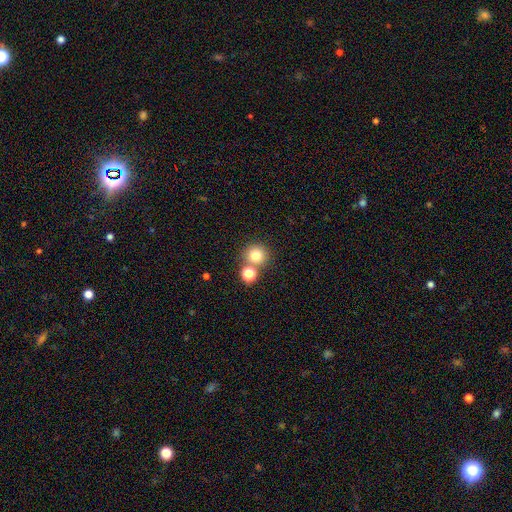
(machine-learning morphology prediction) smooth 78%, star or artifact 14%, featured or disk 8%. Down the decision tree: how rounded — round (92%); merging — none (66%).